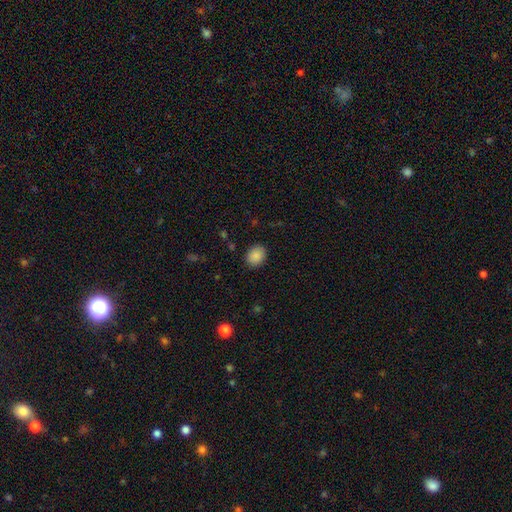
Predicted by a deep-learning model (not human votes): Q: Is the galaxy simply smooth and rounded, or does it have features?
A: smooth — 88%.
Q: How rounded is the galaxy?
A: in between — 50%.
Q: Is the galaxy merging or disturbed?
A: none — 88%.